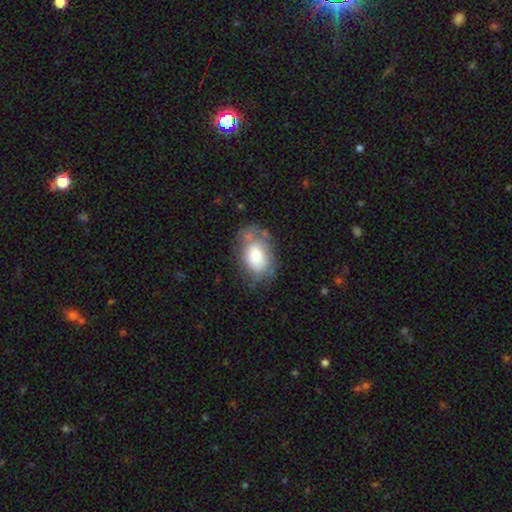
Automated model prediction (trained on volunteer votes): smooth_or_featured: smooth (p=0.72) [alt: featured or disk p=0.20]
how_rounded: in between (p=0.87) [alt: round p=0.12]
merging: none (p=0.53) [alt: minor disturbance p=0.28]